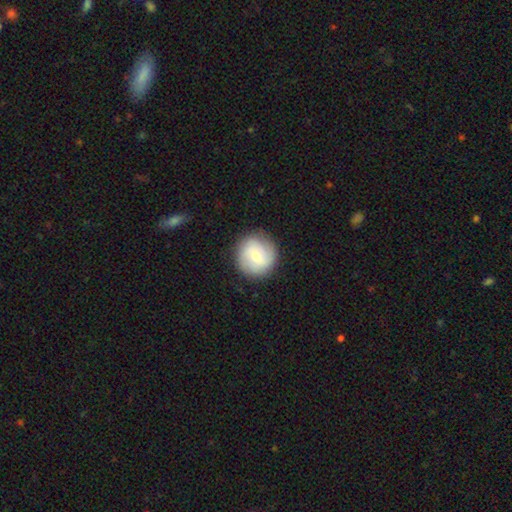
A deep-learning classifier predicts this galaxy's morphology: Smooth or featured? smooth (53%)
How rounded? round (94%)
Merging? none (87%)